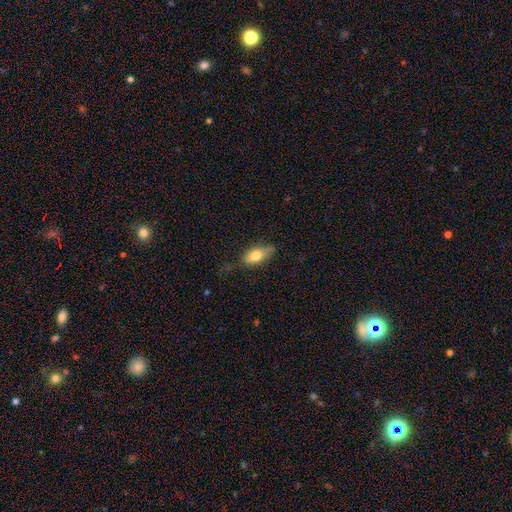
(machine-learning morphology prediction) Overall: smooth (70%). How rounded: in between (83%). Merging: none (61%; minor disturbance 29%).